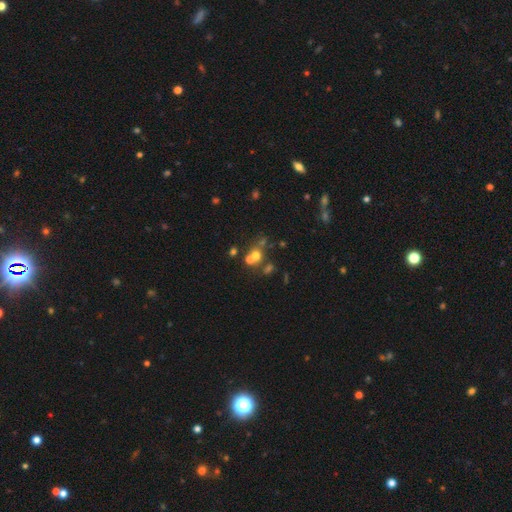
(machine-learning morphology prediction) Smooth or featured? smooth (53%)
How rounded? round (81%)
Merging? none (47%)